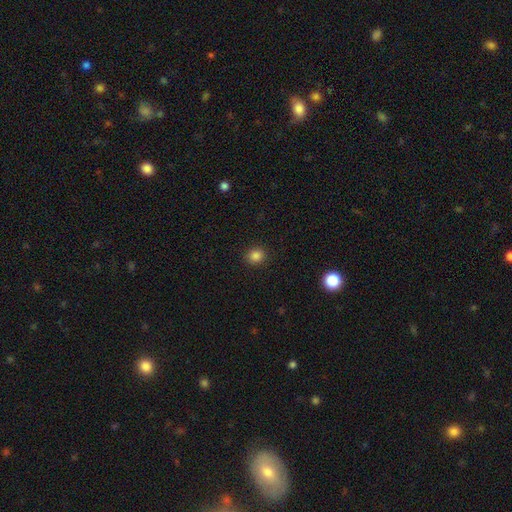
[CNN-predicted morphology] smooth_or_featured: smooth (p=0.84) [alt: star or artifact p=0.12]
how_rounded: round (p=0.83) [alt: in between p=0.16]
merging: none (p=0.90) [alt: minor disturbance p=0.07]